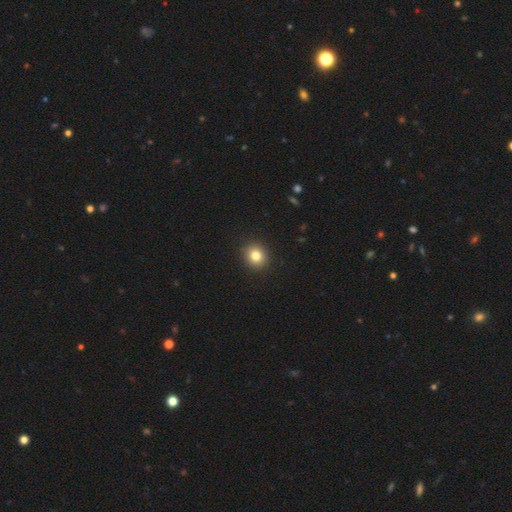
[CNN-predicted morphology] Smooth or featured? smooth (82%)
How rounded? round (83%)
Merging? none (92%)